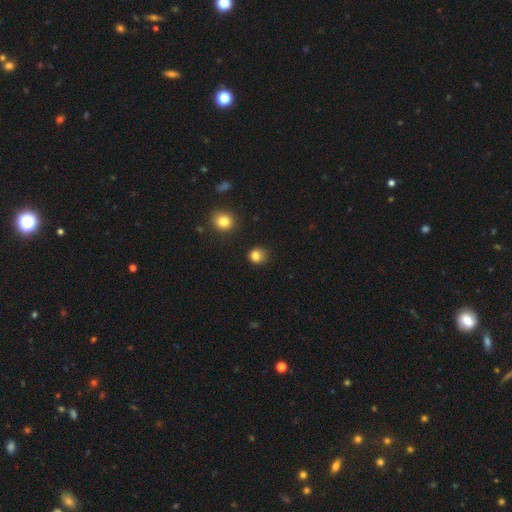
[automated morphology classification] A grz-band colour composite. It shows a smooth galaxy with no disk features (83%) that is round (86%). Merging: none (82%).